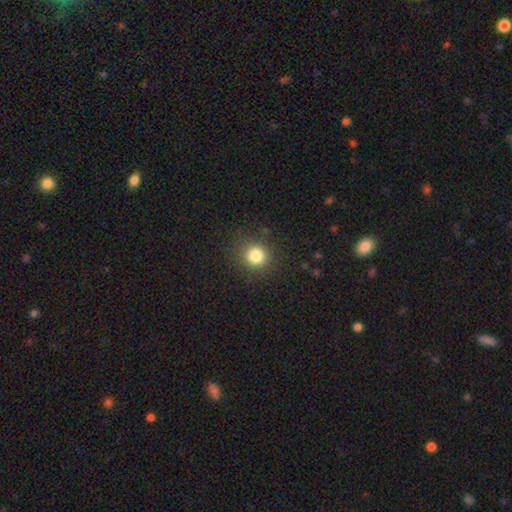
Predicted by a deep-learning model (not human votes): Morphology: type=smooth (82%); roundness=round (91%); merging=none (89%).